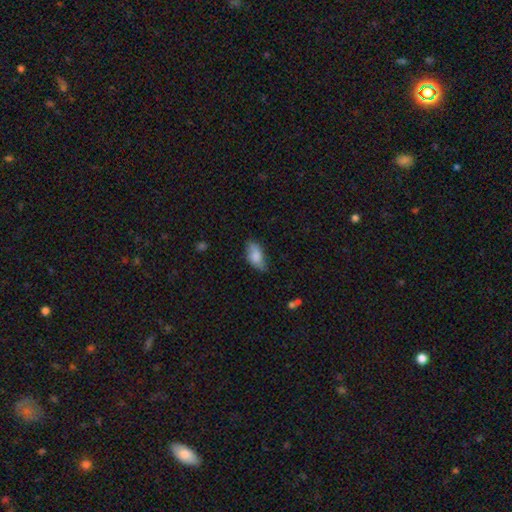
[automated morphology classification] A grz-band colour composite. It shows a smooth galaxy with no disk features (74%) that is in between round and cigar-shaped (88%). Merging: none (68%).